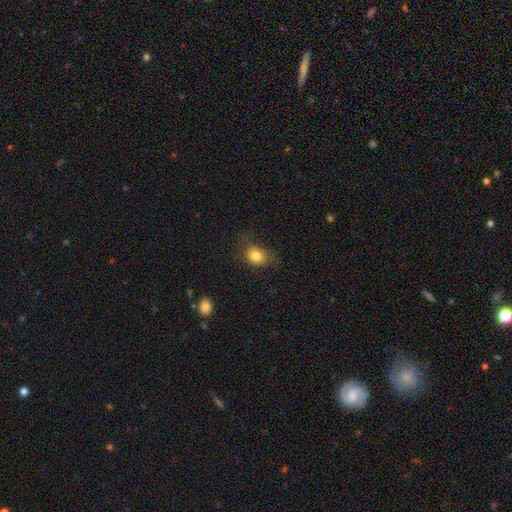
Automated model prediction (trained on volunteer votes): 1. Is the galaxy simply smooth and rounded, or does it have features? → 81% smooth, 10% star or artifact, 9% featured or disk.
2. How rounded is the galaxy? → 51% round, 47% in between, 1% cigar-shaped.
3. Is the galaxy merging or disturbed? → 64% none, 24% minor disturbance, 10% major disturbance, 1% merger.